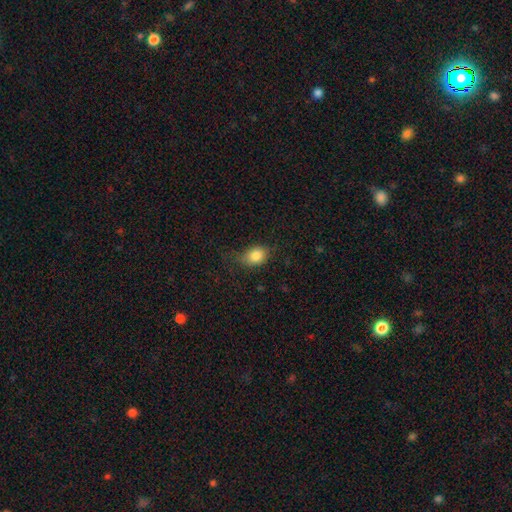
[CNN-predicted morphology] Smooth or featured: smooth — 83% (star or artifact — 10%)
How rounded: in between — 63% (round — 35%)
Merging: none — 62% (minor disturbance — 27%)